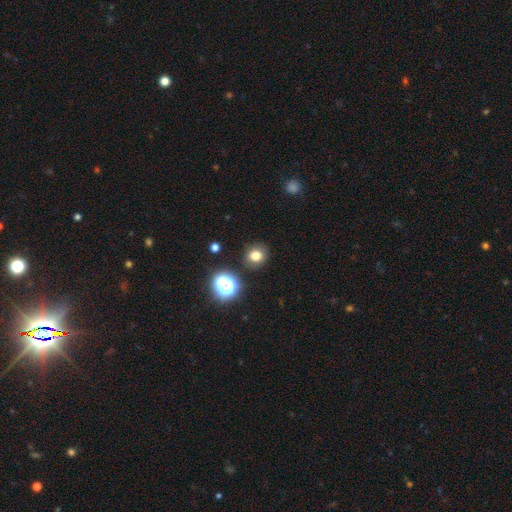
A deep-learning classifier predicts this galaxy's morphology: A smooth galaxy with no disk features (77%) that is round (79%).

Vote fractions:
- Smooth or featured? smooth: 77% / star or artifact: 16% / featured or disk: 7%
- How rounded? round: 79% / in between: 20% / cigar-shaped: 1%
- Merging? none: 86% / minor disturbance: 9% / major disturbance: 3% / merger: 2%